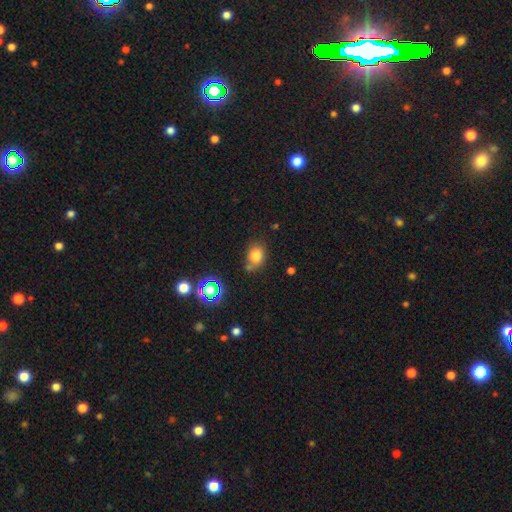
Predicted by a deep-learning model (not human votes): smooth_or_featured: smooth (p=0.77) [alt: star or artifact p=0.14]
how_rounded: in between (p=0.53) [alt: round p=0.46]
merging: none (p=0.65) [alt: minor disturbance p=0.18]